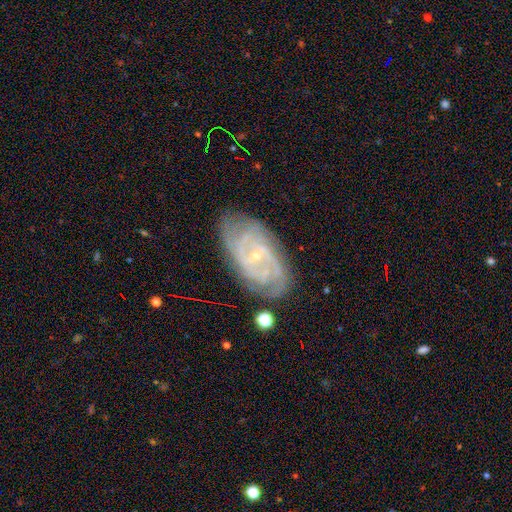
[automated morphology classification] Smooth or featured? Predicted: featured or disk (p=0.86). Edge-on disk? Predicted: no (p=0.96). Bar? Predicted: no (p=0.62). Spiral arms? Predicted: yes (p=0.97). Spiral winding? Predicted: tight (p=0.68). Spiral arm count? Predicted: can't tell (p=0.26). Bulge size? Predicted: small (p=0.84). Merging? Predicted: none (p=0.77).